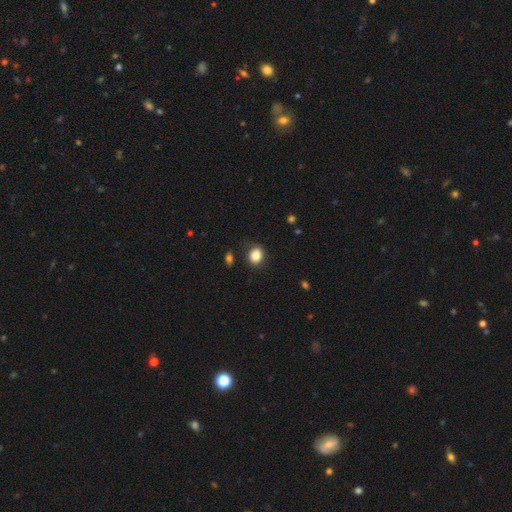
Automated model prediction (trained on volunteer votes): Smooth or featured? smooth (85%)
How rounded? round (54%)
Merging? none (79%)